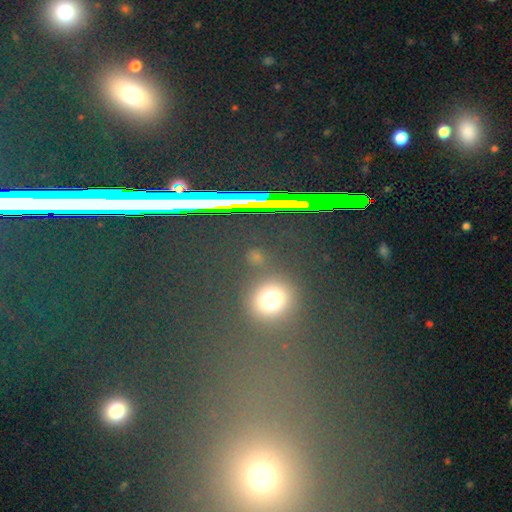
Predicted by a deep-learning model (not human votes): Smooth or featured?
  - smooth: 55% *
  - star or artifact: 37%
  - featured or disk: 8%
How rounded?
  - round: 79% *
  - in between: 18%
  - cigar-shaped: 3%
Merging?
  - none: 81% *
  - minor disturbance: 9%
  - merger: 6%
  - major disturbance: 5%